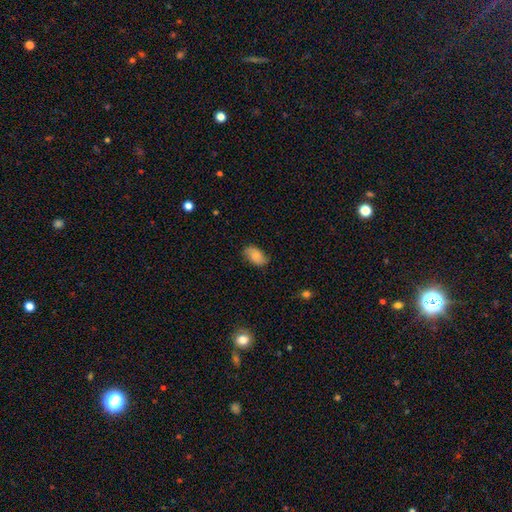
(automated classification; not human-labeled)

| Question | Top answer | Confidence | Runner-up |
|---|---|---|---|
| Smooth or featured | smooth | 67% | featured or disk (25%) |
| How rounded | in between | 91% | round (7%) |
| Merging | none | 75% | minor disturbance (19%) |